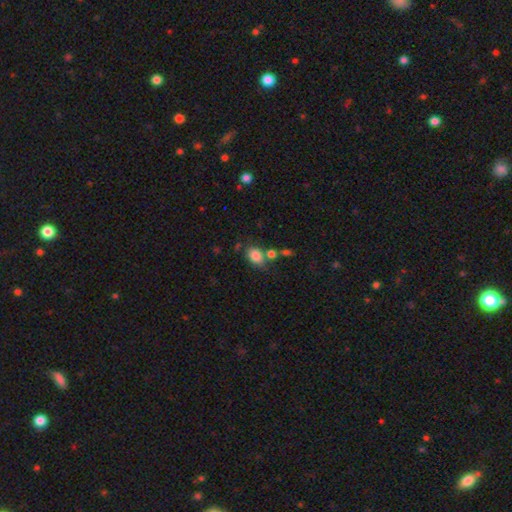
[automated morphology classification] smooth 83%, star or artifact 10%, featured or disk 7%. Down the decision tree: how rounded — in between (67%); merging — none (60%).